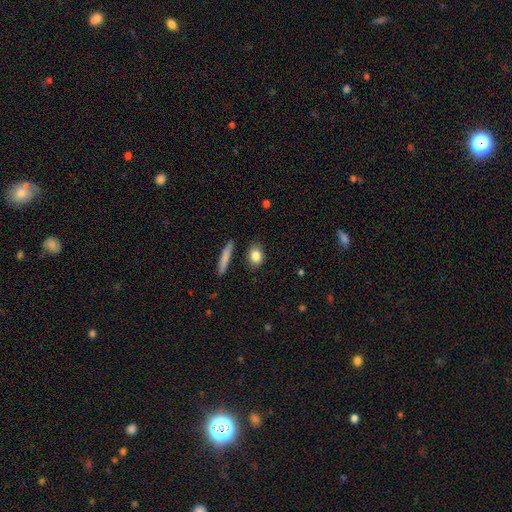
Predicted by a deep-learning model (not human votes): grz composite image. It shows a smooth galaxy with no disk features (84%) that is in between round and cigar-shaped (54%). Merging: none (83%).